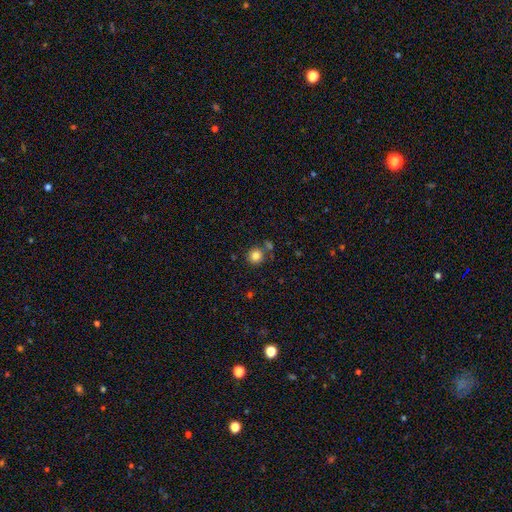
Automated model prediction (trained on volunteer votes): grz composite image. It shows a smooth galaxy with no disk features (83%) that is round (92%). Merging: none (75%).